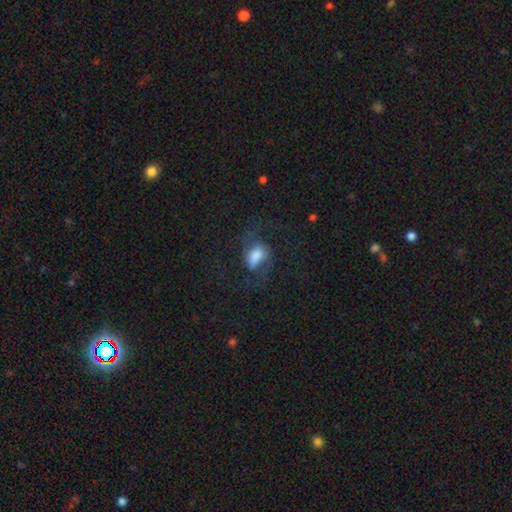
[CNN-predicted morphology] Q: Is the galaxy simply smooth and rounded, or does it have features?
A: featured or disk — 45%.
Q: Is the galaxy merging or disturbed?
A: none — 49%.